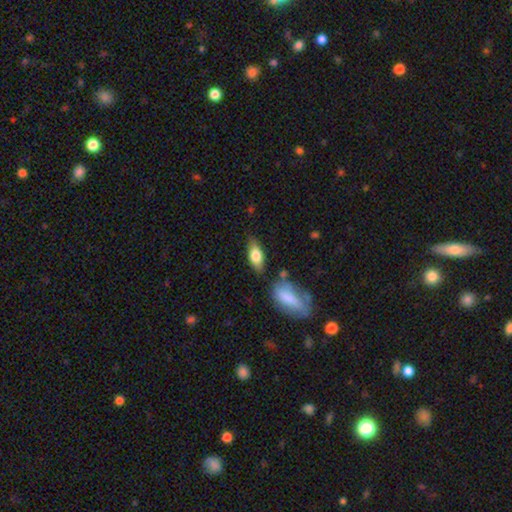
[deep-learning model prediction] Morphology: type=smooth (70%); roundness=in between (80%); merging=none (72%).